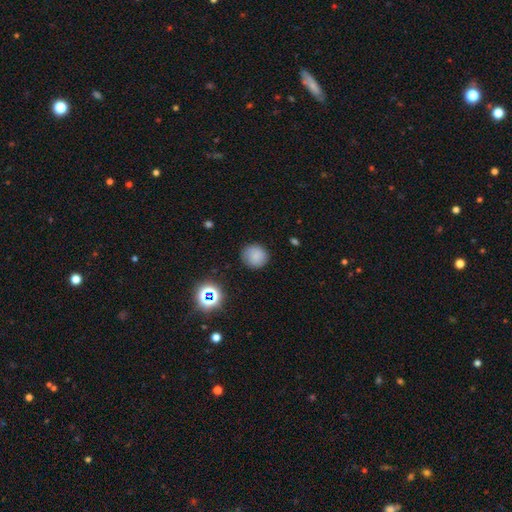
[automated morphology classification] Q: Smooth or featured?
A: smooth (81%); runner-up: star or artifact (14%)
Q: How rounded?
A: round (91%); runner-up: in between (8%)
Q: Merging?
A: none (86%); runner-up: minor disturbance (9%)